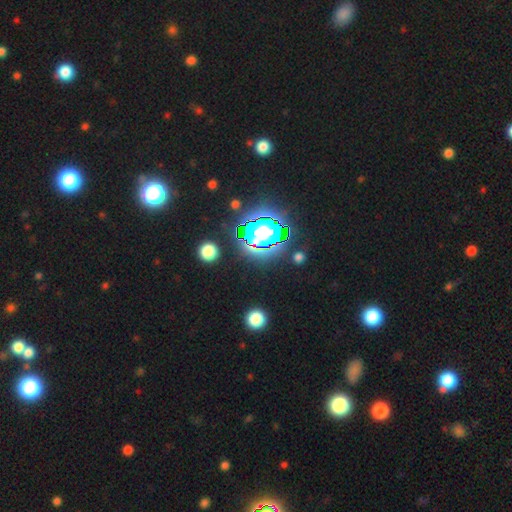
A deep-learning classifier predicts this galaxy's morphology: star or artifact 83%, smooth 10%, featured or disk 6%.